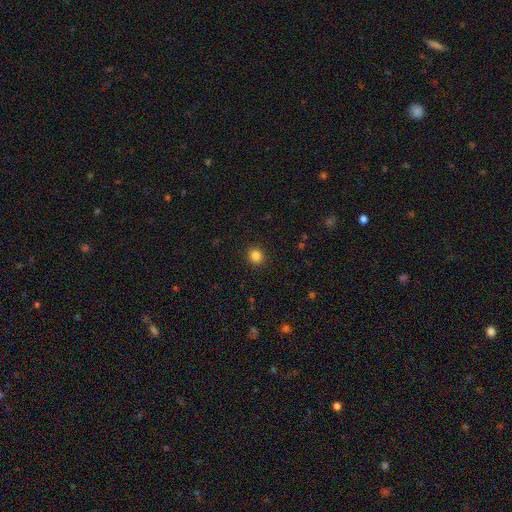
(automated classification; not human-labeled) A smooth galaxy with no disk features (85%) that is round (89%).

Vote fractions:
- Smooth or featured? smooth: 85% / star or artifact: 11% / featured or disk: 4%
- How rounded? round: 89% / in between: 10% / cigar-shaped: 1%
- Merging? none: 92% / minor disturbance: 5% / major disturbance: 2% / merger: 1%